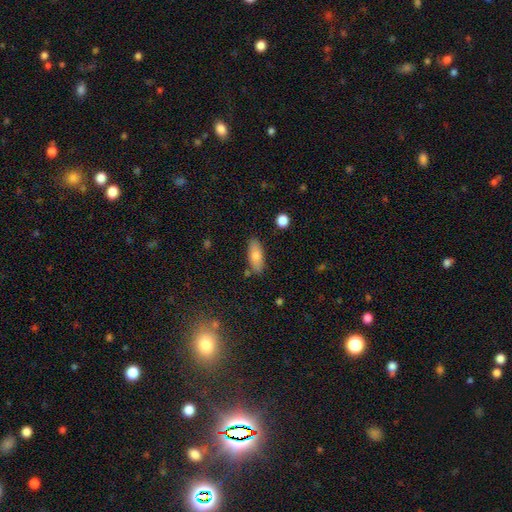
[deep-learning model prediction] This appears to be a smooth galaxy with no disk features (77%) that is in between round and cigar-shaped (76%). Merging: none (82%).